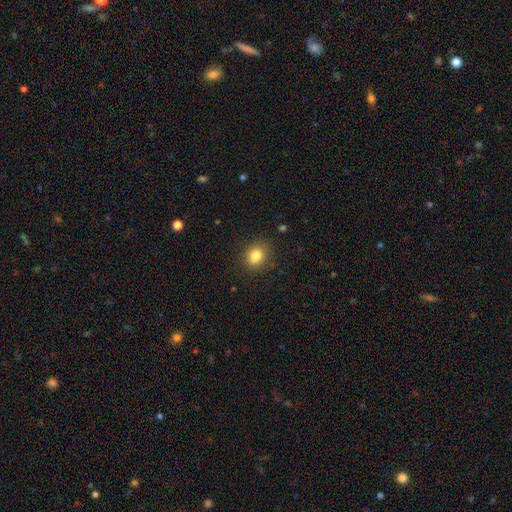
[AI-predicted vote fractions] Smooth or featured: smooth — 82% (star or artifact — 11%)
How rounded: round — 59% (in between — 40%)
Merging: none — 84% (minor disturbance — 11%)